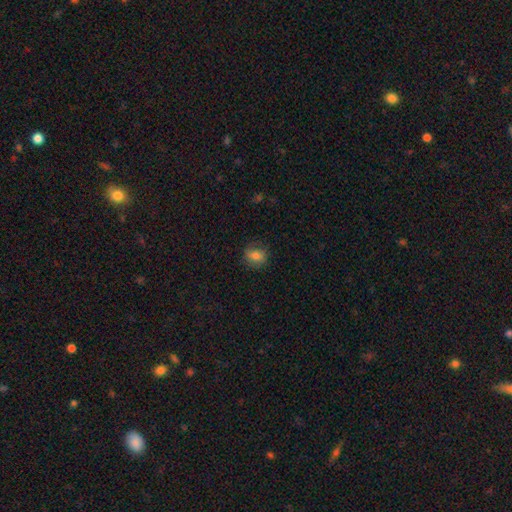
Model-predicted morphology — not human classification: This appears to be a smooth galaxy with no disk features (75%) that is round (56%). Merging: none (77%).